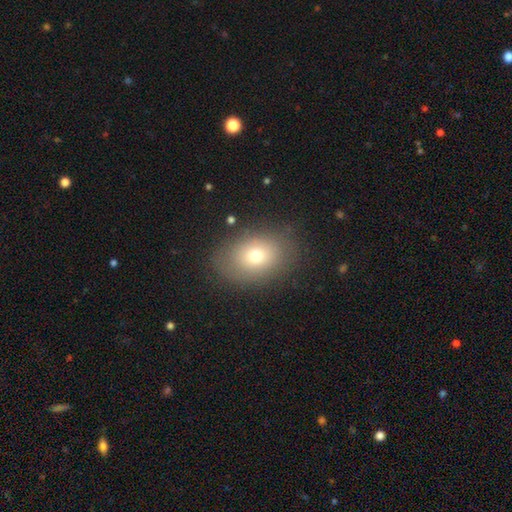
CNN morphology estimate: Q: Smooth or featured?
A: smooth (72%); runner-up: featured or disk (16%)
Q: How rounded?
A: in between (69%); runner-up: round (30%)
Q: Merging?
A: none (81%); runner-up: minor disturbance (12%)